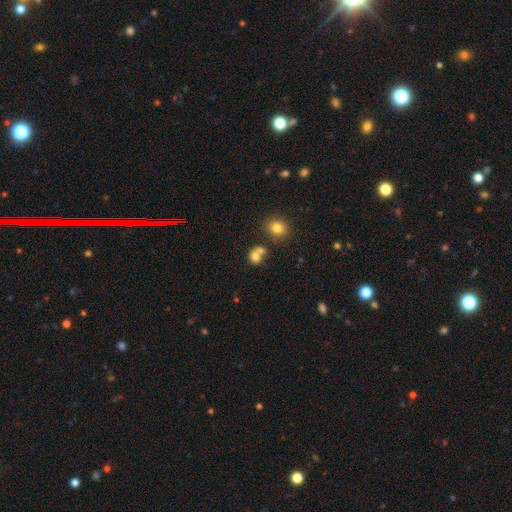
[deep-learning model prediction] smooth-or-featured: smooth: 76% | star or artifact: 13% | featured or disk: 11%
  how-rounded: round: 72% | in between: 27% | cigar-shaped: 1%
  merging: merger: 43% | none: 42% | minor disturbance: 10% | major disturbance: 5%